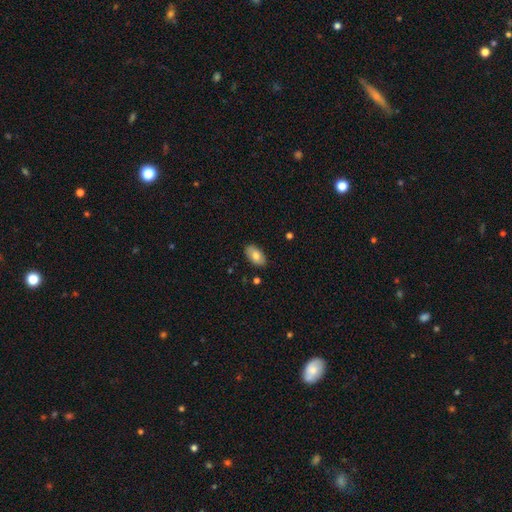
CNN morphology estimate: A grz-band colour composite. It shows a smooth galaxy with no disk features (76%) that is in between round and cigar-shaped (94%). Merging: none (86%).